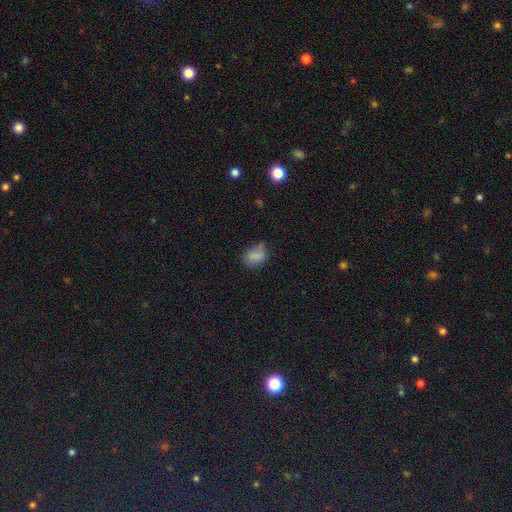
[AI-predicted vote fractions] Morphology: type=smooth (79%); roundness=in between (76%); merging=none (55%).